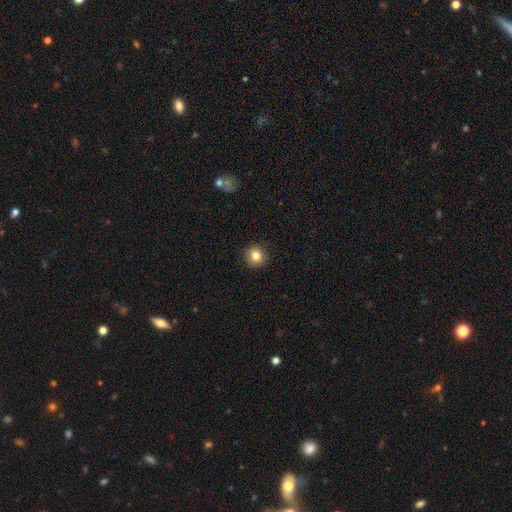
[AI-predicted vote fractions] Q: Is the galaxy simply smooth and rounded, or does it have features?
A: smooth — 83%.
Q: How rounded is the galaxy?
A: round — 94%.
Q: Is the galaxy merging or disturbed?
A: none — 92%.